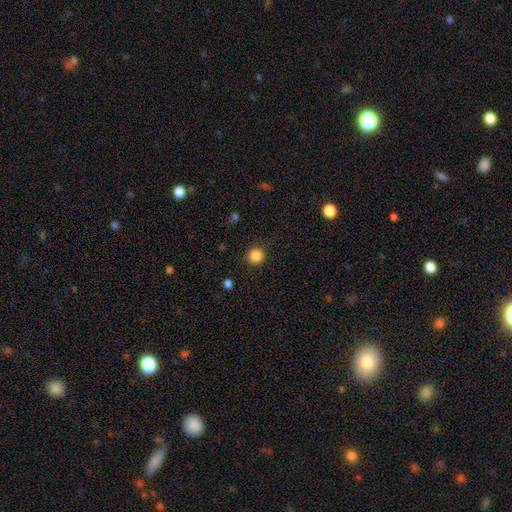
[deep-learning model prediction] Smooth or featured? Predicted: smooth (p=0.86). How rounded? Predicted: round (p=0.91). Merging? Predicted: none (p=0.89).